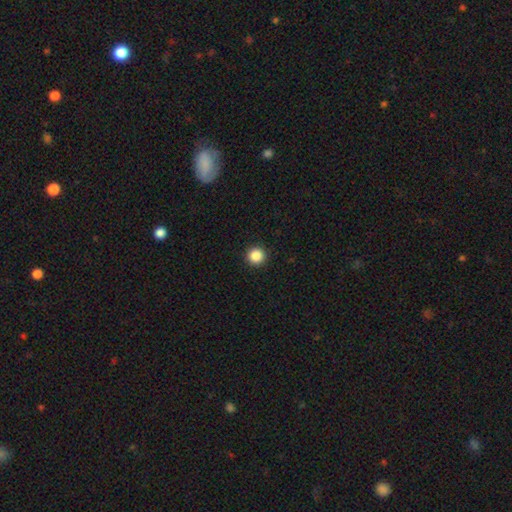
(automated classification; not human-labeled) Q: Smooth or featured?
A: smooth (86%); runner-up: star or artifact (11%)
Q: How rounded?
A: round (96%); runner-up: in between (3%)
Q: Merging?
A: none (93%); runner-up: minor disturbance (4%)